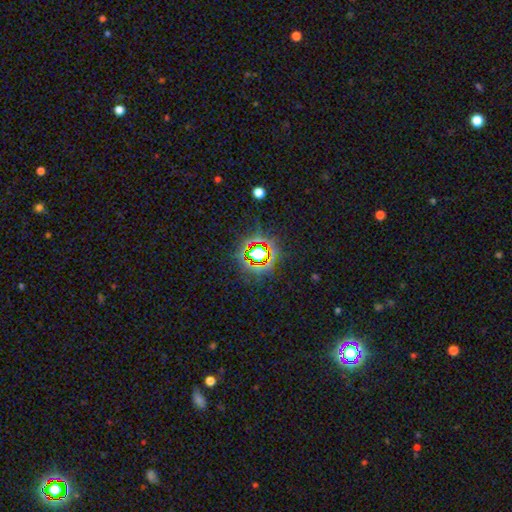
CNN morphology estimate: A star or artifact, not a galaxy (70%).

Vote fractions:
- Smooth or featured? star or artifact: 70% / smooth: 18% / featured or disk: 11%